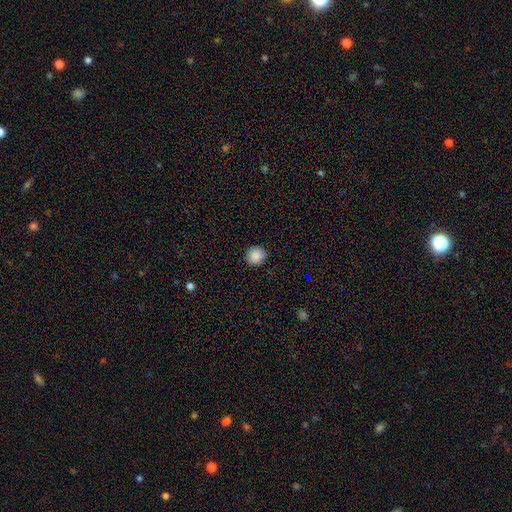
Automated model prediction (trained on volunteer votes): Smooth or featured?
  - smooth: 88% *
  - star or artifact: 9%
  - featured or disk: 4%
How rounded?
  - round: 92% *
  - in between: 7%
  - cigar-shaped: 1%
Merging?
  - none: 91% *
  - minor disturbance: 6%
  - major disturbance: 2%
  - merger: 1%